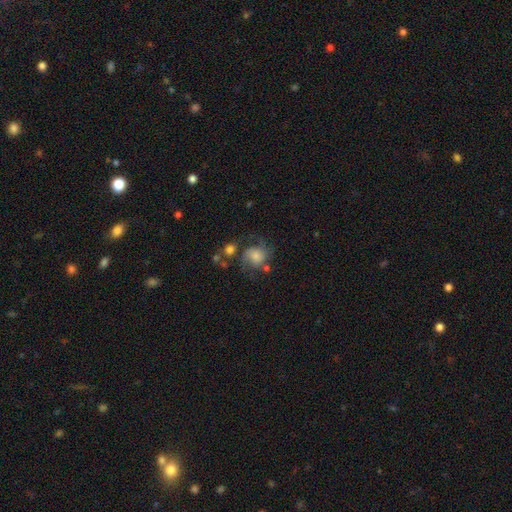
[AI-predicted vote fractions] Smooth or featured? Predicted: featured or disk (p=0.62). Edge-on disk? Predicted: no (p=0.98). Bar? Predicted: no (p=0.71). Spiral arms? Predicted: yes (p=0.88). Spiral winding? Predicted: medium (p=0.49). Spiral arm count? Predicted: 2 (p=0.64). Bulge size? Predicted: moderate (p=0.41). Merging? Predicted: none (p=0.55).